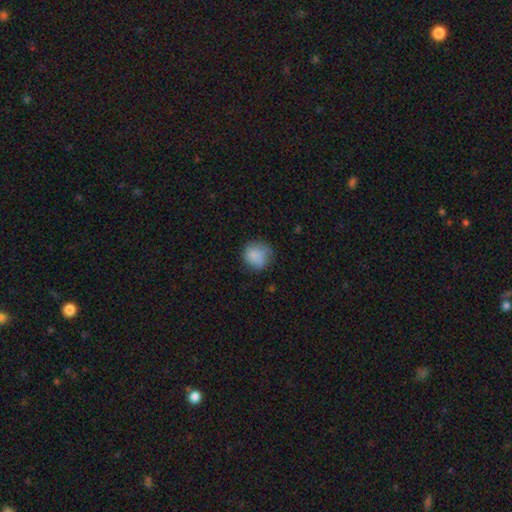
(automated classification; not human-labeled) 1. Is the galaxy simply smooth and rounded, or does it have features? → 84% smooth, 9% featured or disk, 8% star or artifact.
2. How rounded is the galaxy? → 84% round, 15% in between, 1% cigar-shaped.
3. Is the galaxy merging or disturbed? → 65% none, 25% minor disturbance, 8% major disturbance, 1% merger.